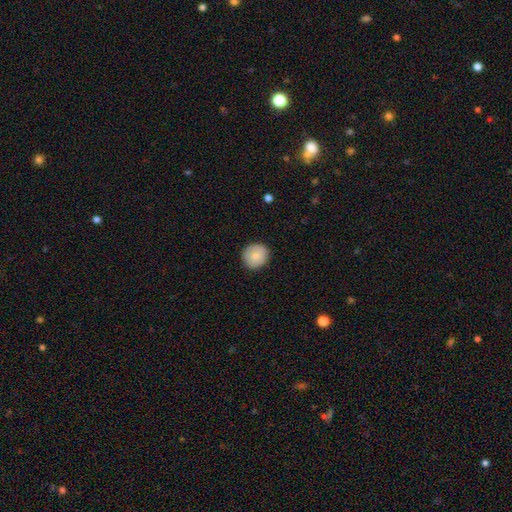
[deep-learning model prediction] A smooth galaxy with no disk features (84%) that is round (90%). Merging: none (89%).